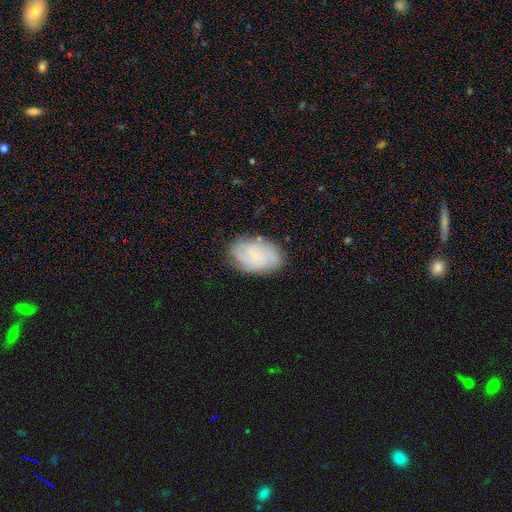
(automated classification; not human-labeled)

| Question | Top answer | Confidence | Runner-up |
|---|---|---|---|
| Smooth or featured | featured or disk | 58% | smooth (34%) |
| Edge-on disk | no | 97% | yes (3%) |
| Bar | no | 69% | weak (26%) |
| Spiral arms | yes | 90% | no (10%) |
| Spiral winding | tight | 55% | medium (32%) |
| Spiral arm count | can't tell | 38% | 3 (22%) |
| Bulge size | small | 50% | none (36%) |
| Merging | none | 77% | minor disturbance (16%) |